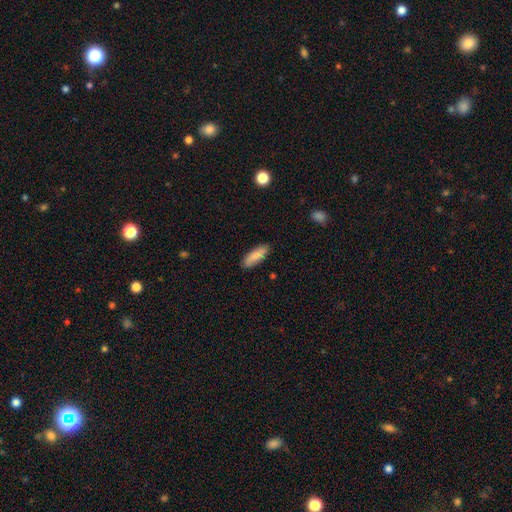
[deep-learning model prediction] Morphology: type=smooth (85%); roundness=in between (57%); merging=none (87%).